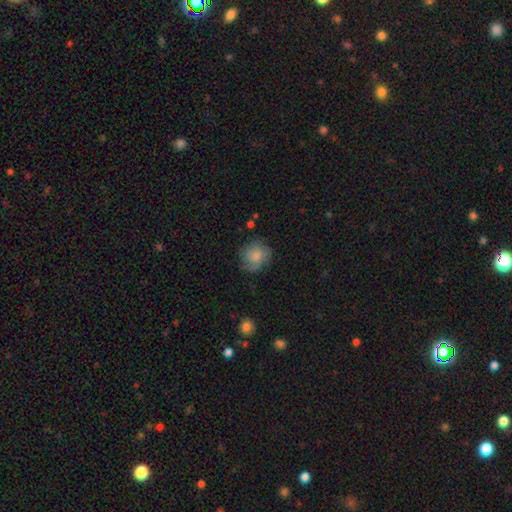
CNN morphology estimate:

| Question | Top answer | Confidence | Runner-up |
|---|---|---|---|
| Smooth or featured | smooth | 58% | featured or disk (34%) |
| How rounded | round | 76% | in between (23%) |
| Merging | none | 67% | minor disturbance (22%) |